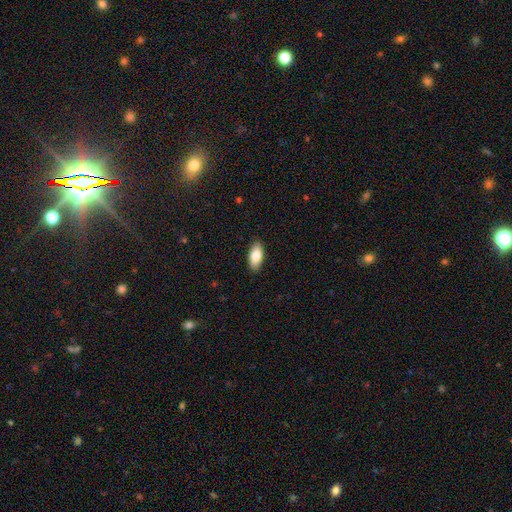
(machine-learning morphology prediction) Q: Smooth or featured?
A: smooth (83%); runner-up: featured or disk (11%)
Q: How rounded?
A: in between (89%); runner-up: cigar-shaped (9%)
Q: Merging?
A: none (89%); runner-up: minor disturbance (8%)